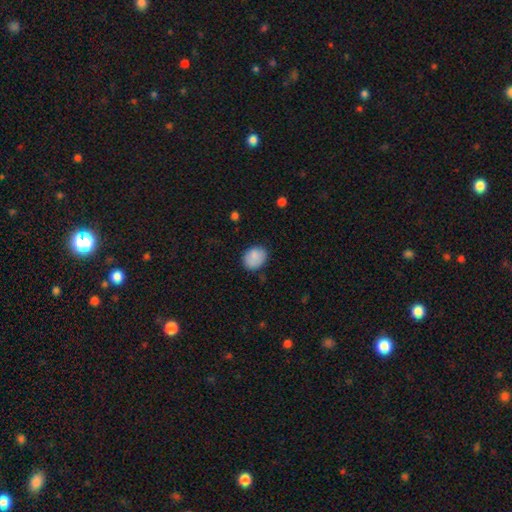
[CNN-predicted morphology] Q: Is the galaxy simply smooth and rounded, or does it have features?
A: smooth — 86%.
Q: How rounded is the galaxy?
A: in between — 56%.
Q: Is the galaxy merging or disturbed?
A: none — 78%.